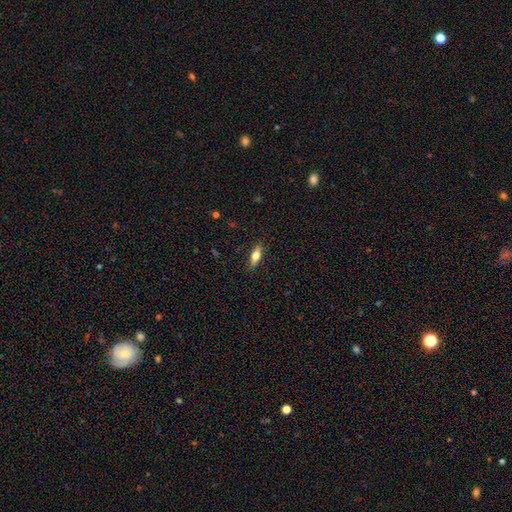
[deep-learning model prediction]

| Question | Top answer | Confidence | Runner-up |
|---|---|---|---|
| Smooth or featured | smooth | 61% | featured or disk (32%) |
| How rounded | in between | 54% | cigar-shaped (43%) |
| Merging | none | 88% | minor disturbance (9%) |